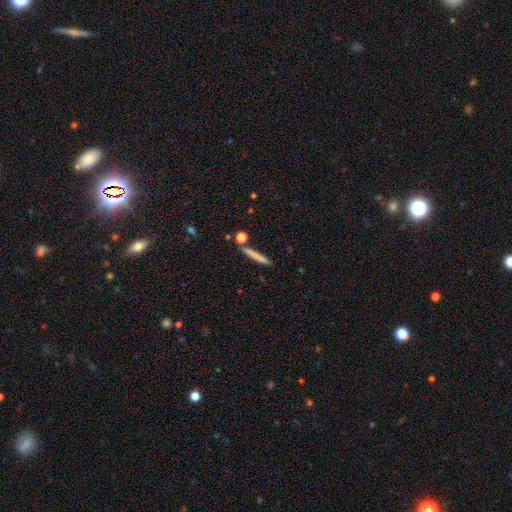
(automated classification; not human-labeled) Smooth or featured: smooth — 74% (featured or disk — 19%)
How rounded: cigar-shaped — 94% (in between — 4%)
Merging: none — 83% (minor disturbance — 9%)